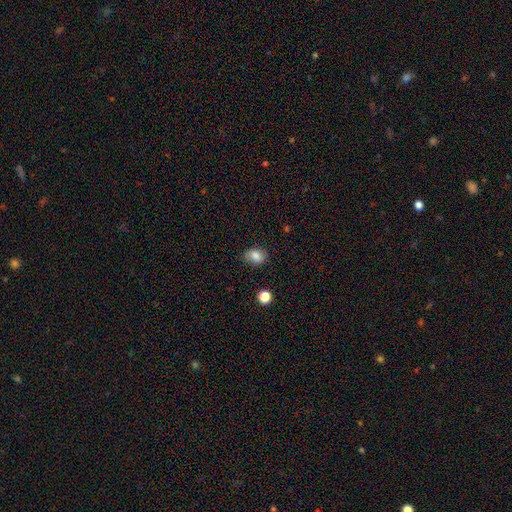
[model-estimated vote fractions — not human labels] This is clearly a smooth galaxy (81%). How rounded: likely in between (64%). Merging: likely none (75%).